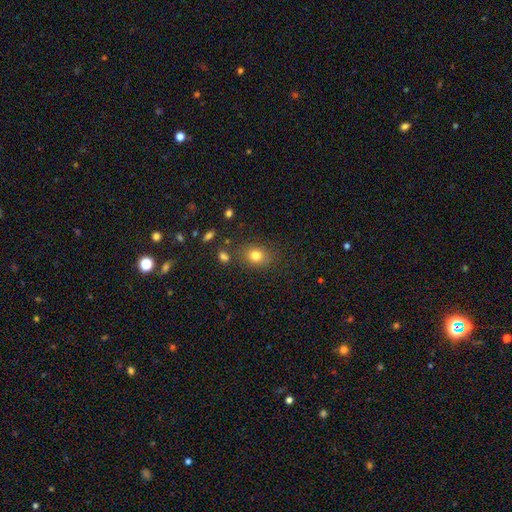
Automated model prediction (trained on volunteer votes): Smooth or featured?
  - smooth: 80% *
  - star or artifact: 12%
  - featured or disk: 8%
How rounded?
  - round: 56% *
  - in between: 43%
  - cigar-shaped: 1%
Merging?
  - none: 79% *
  - minor disturbance: 12%
  - merger: 4%
  - major disturbance: 4%